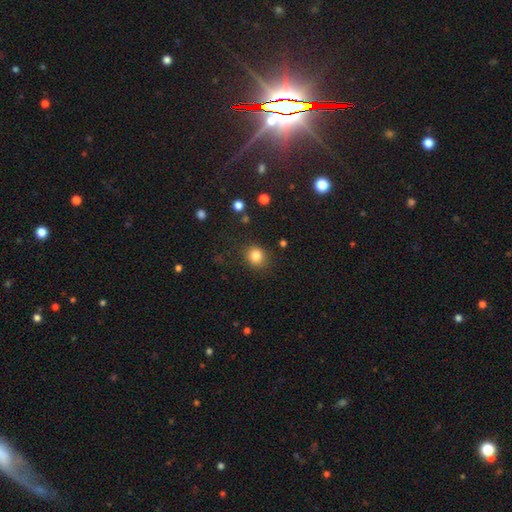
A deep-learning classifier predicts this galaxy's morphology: A smooth galaxy with no disk features (83%) that is round (81%). Merging: none (85%).